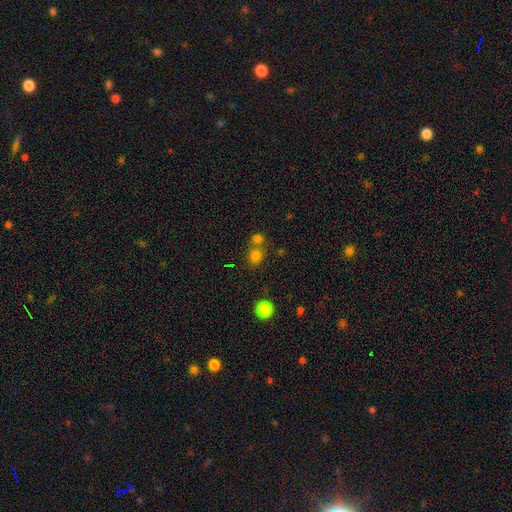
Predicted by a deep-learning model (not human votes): The model was most divided on "merging": none: 56%, merger: 32%, minor disturbance: 8%, major disturbance: 4%. More confident: smooth or featured — smooth (77%); how rounded — round (72%).